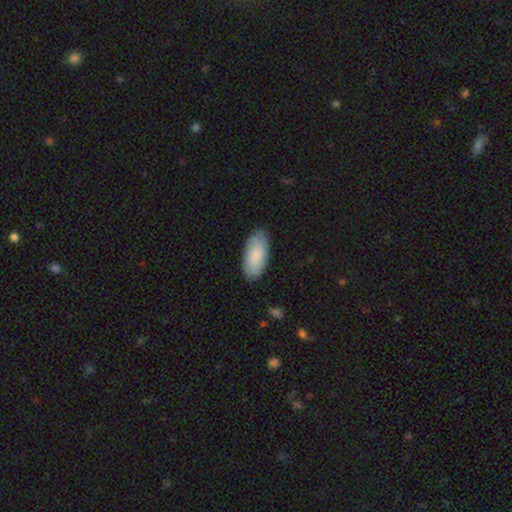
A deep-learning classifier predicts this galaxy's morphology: Q: Smooth or featured?
A: smooth (83%); runner-up: featured or disk (12%)
Q: How rounded?
A: in between (90%); runner-up: cigar-shaped (8%)
Q: Merging?
A: none (82%); runner-up: minor disturbance (14%)